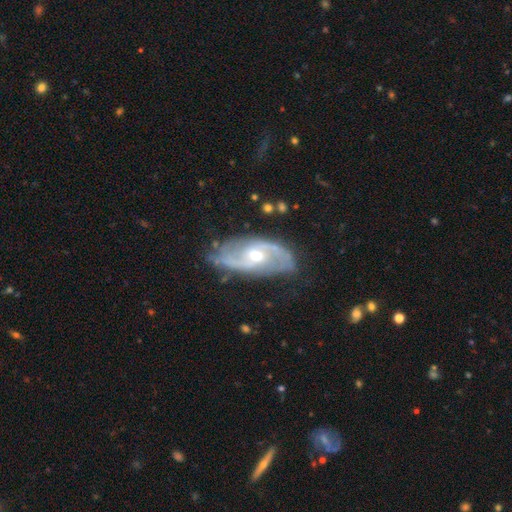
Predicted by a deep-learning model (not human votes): Overall: featured or disk (86%). Edge-on disk: no (93%). Bar: no (48%; weak 41%). Spiral arms: yes (95%). Spiral arm count: 2 (81%). Spiral winding: medium (47%; loose 28%). Bulge size: moderate (60%; small 35%). Merging: none (75%).